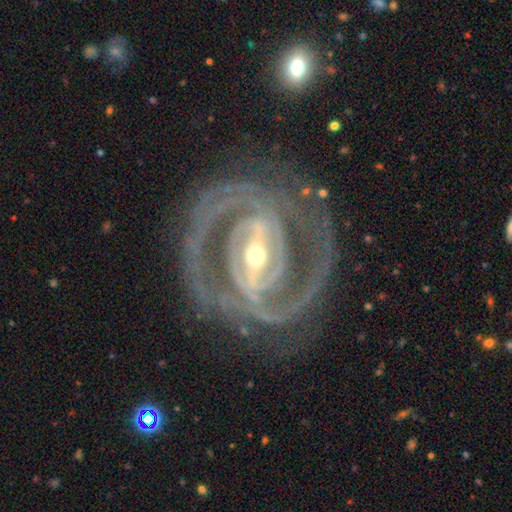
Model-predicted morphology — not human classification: Overall: featured or disk (93%). Edge-on disk: no (97%). Bar: strong (67%). Spiral arms: yes (97%). Spiral arm count: 2 (61%). Spiral winding: tight (50%; medium 40%). Bulge size: moderate (50%; small 45%). Merging: none (71%).